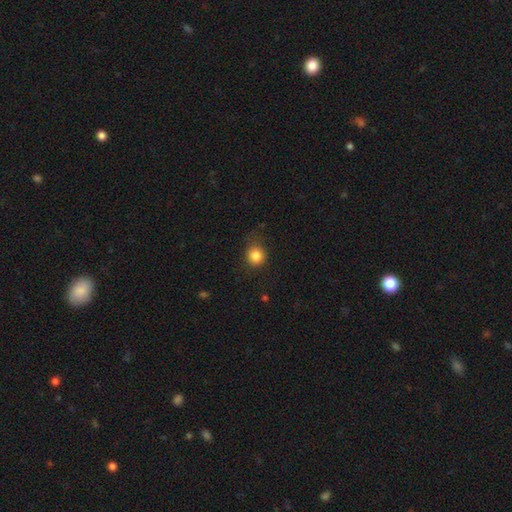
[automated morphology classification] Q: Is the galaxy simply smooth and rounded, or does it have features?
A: smooth — 84%.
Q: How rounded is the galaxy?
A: round — 85%.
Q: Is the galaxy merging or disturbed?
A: none — 72%.